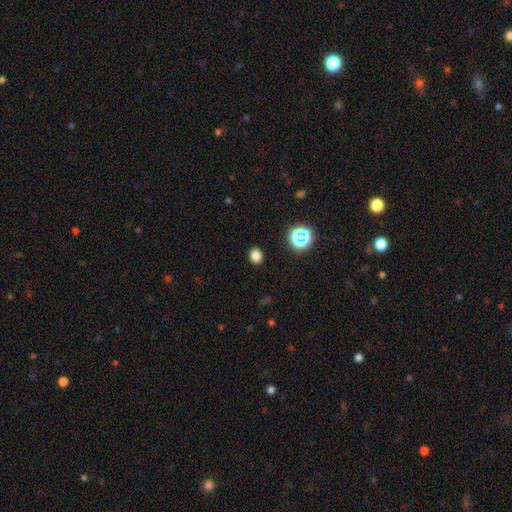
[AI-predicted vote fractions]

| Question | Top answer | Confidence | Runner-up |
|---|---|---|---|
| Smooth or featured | smooth | 79% | star or artifact (16%) |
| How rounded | round | 52% | in between (47%) |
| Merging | none | 89% | minor disturbance (7%) |